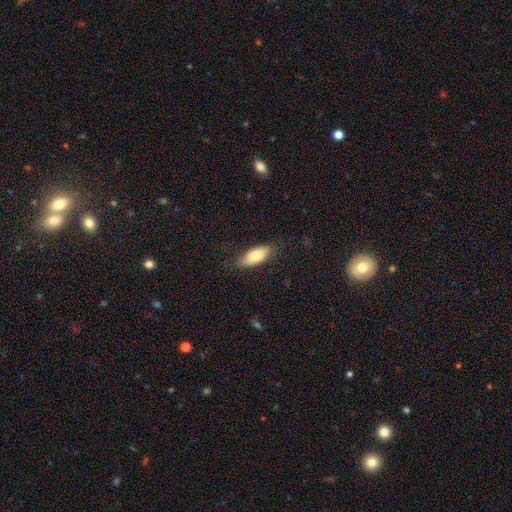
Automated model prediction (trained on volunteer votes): Morphology: type=smooth (78%); roundness=in between (82%); merging=none (77%).